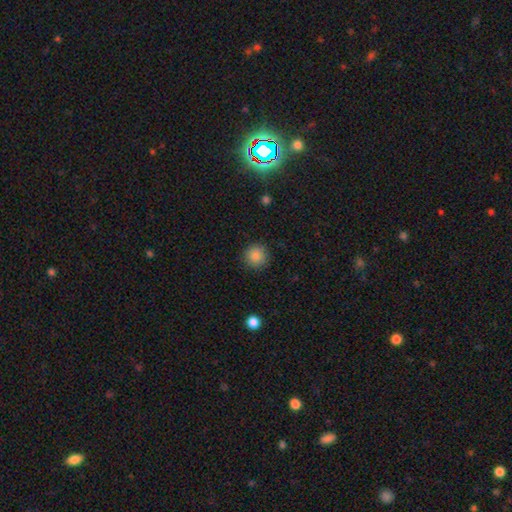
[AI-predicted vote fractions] Smooth or featured?
  - smooth: 86% *
  - star or artifact: 10%
  - featured or disk: 4%
How rounded?
  - round: 94% *
  - in between: 5%
  - cigar-shaped: 1%
Merging?
  - none: 90% *
  - minor disturbance: 7%
  - major disturbance: 2%
  - merger: 1%